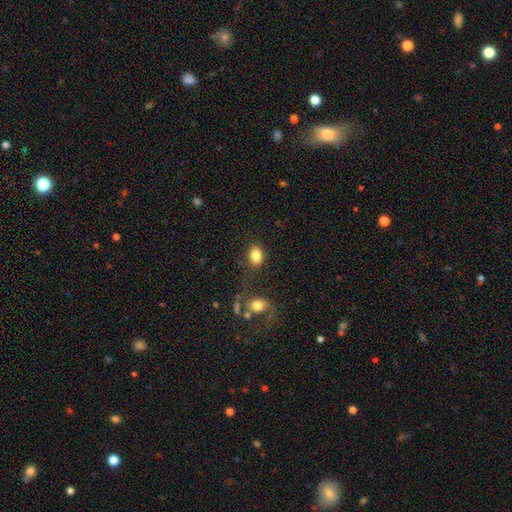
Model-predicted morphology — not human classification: This is clearly a smooth galaxy (83%). How rounded: likely in between (69%). Merging: likely none (76%).